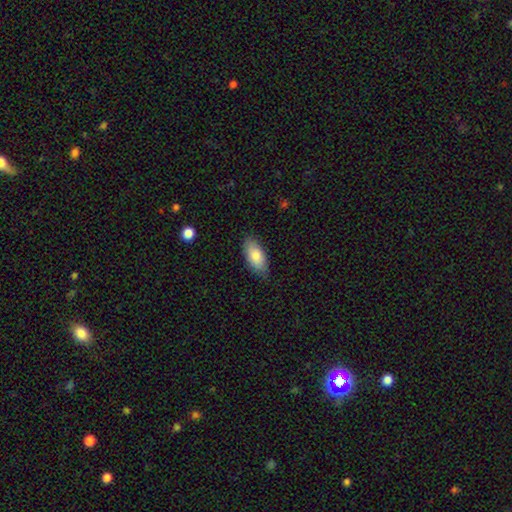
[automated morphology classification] Smooth or featured?
  - smooth: 82% *
  - featured or disk: 11%
  - star or artifact: 6%
How rounded?
  - in between: 89% *
  - cigar-shaped: 8%
  - round: 2%
Merging?
  - none: 82% *
  - minor disturbance: 14%
  - major disturbance: 3%
  - merger: 1%